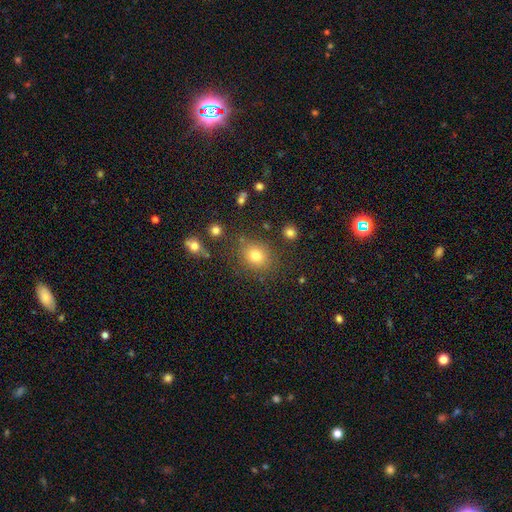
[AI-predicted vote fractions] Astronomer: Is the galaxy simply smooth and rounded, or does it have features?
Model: smooth — 76%.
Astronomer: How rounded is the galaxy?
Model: round — 68%.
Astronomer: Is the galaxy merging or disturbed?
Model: none — 81%.